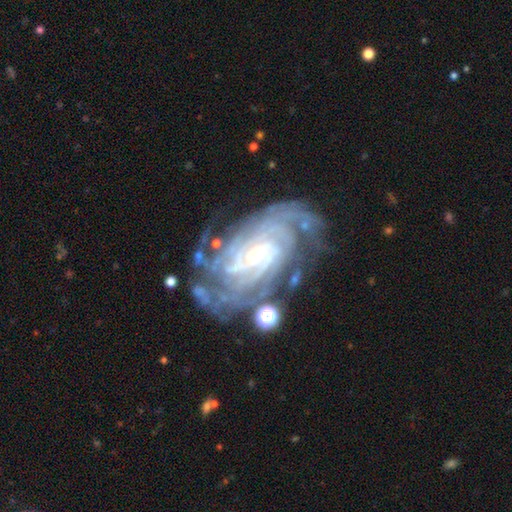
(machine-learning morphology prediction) Smooth or featured? featured or disk (92%)
Edge-on disk? no (97%)
Bar? no (49%)
Spiral arms? yes (98%)
Spiral winding? tight (77%)
Spiral arm count? 4 (26%)
Bulge size? small (70%)
Merging? none (69%)